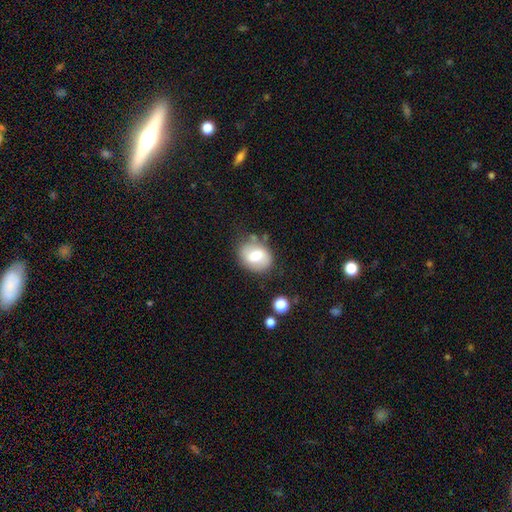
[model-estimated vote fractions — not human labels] Smooth or featured? smooth (67%)
How rounded? in between (54%)
Merging? none (69%)